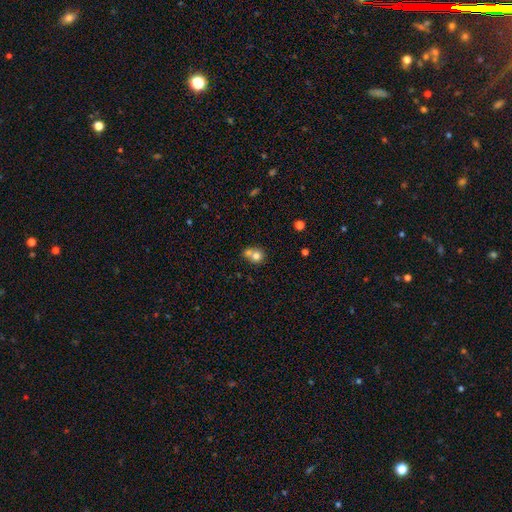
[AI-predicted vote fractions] Smooth or featured? smooth (74%)
How rounded? round (82%)
Merging? merger (54%)